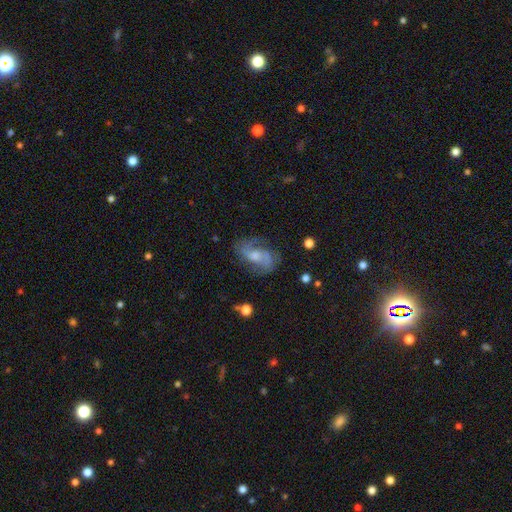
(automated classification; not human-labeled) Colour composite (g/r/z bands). It shows a featured or disk galaxy (77%) with no bar (46%), 2 (78%) medium (48%) spiral arms (93%) and a moderate central bulge (50%). Merging: none (72%).